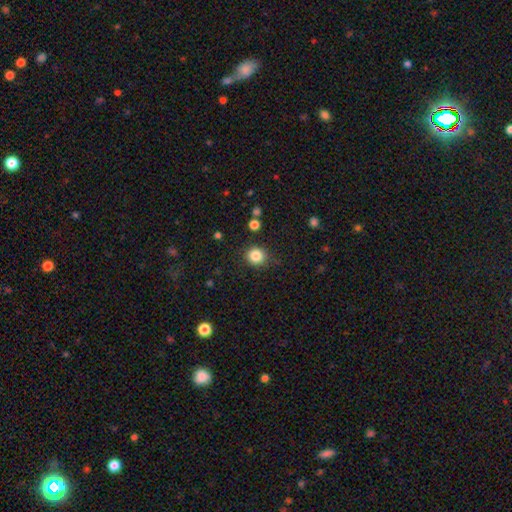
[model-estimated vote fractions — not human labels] Smooth or featured? Predicted: smooth (p=0.84). How rounded? Predicted: round (p=0.89). Merging? Predicted: none (p=0.86).